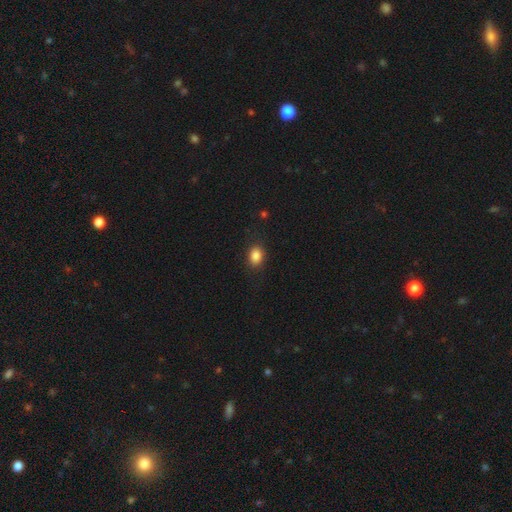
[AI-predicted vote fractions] Smooth or featured: smooth — 86% (star or artifact — 9%)
How rounded: in between — 69% (round — 30%)
Merging: none — 86% (minor disturbance — 10%)